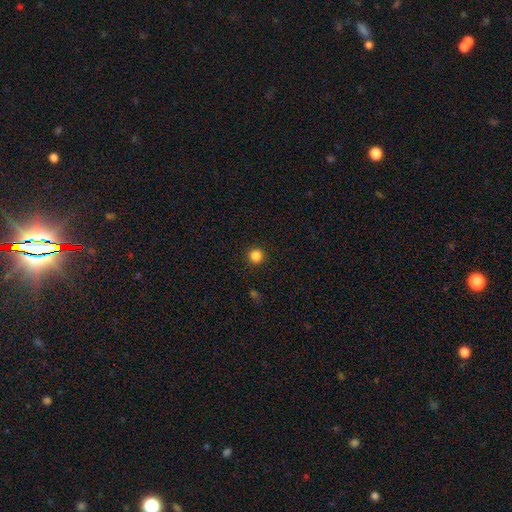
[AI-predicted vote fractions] Smooth or featured?
  - smooth: 85% *
  - star or artifact: 12%
  - featured or disk: 3%
How rounded?
  - round: 95% *
  - in between: 4%
  - cigar-shaped: 1%
Merging?
  - none: 92% *
  - minor disturbance: 5%
  - major disturbance: 2%
  - merger: 1%